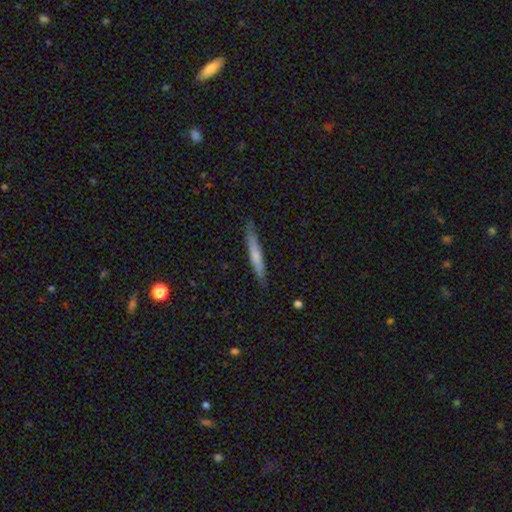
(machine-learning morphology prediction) smooth 64%, featured or disk 30%, star or artifact 6%. Down the decision tree: how rounded — cigar-shaped (95%); merging — none (86%).